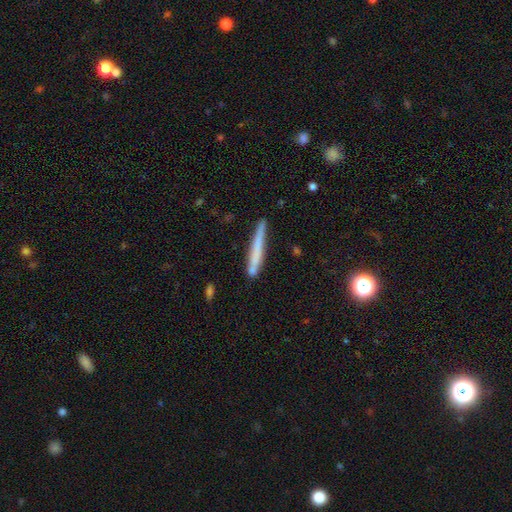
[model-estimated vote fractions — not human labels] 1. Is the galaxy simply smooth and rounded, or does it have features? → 61% smooth, 32% featured or disk, 8% star or artifact.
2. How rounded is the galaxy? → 96% cigar-shaped, 3% in between, 1% round.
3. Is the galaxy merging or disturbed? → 75% none, 16% minor disturbance, 5% merger, 3% major disturbance.